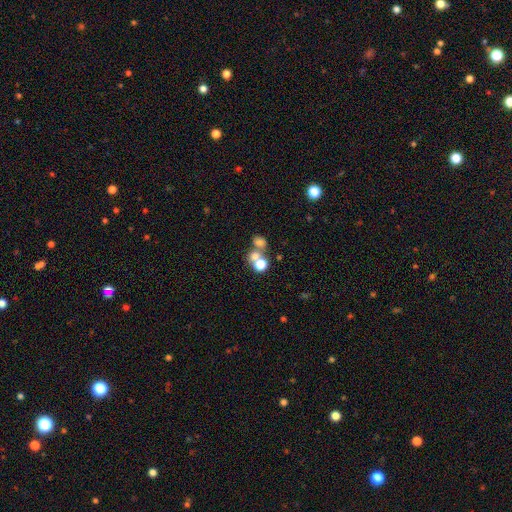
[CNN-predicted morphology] This appears to be a smooth galaxy with no disk features (46%). Merging: none (48%).